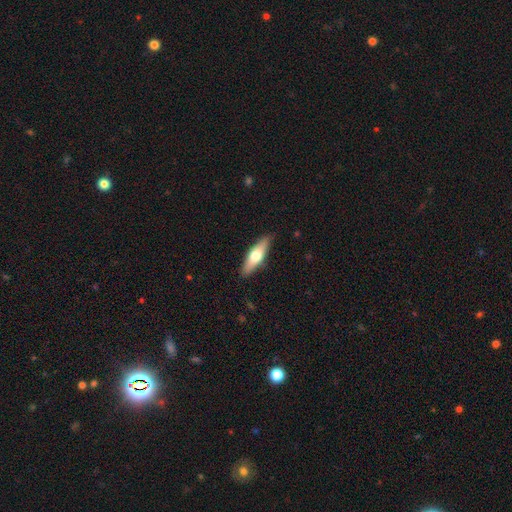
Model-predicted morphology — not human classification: A smooth galaxy with no disk features (54%) that is cigar-shaped (56%). Merging: none (88%).